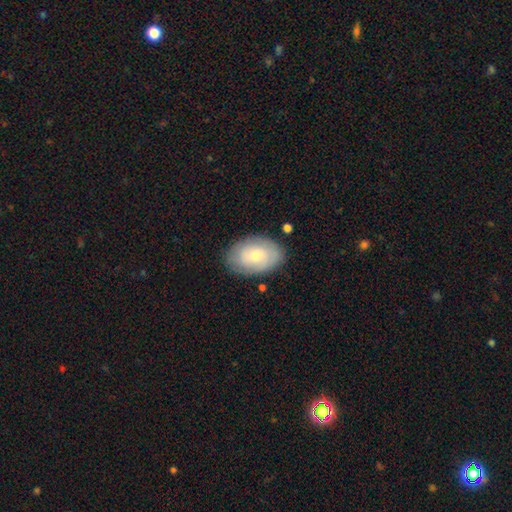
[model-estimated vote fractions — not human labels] A smooth galaxy with no disk features (61%) that is in between round and cigar-shaped (87%). Merging: none (80%).